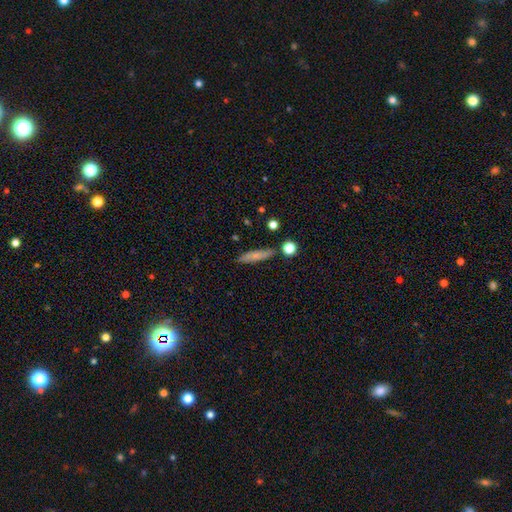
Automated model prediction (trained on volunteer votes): A smooth galaxy with no disk features (72%) that is cigar-shaped (78%).

Vote fractions:
- Smooth or featured? smooth: 72% / featured or disk: 20% / star or artifact: 8%
- How rounded? cigar-shaped: 78% / in between: 19% / round: 3%
- Merging? none: 82% / minor disturbance: 11% / merger: 4% / major disturbance: 2%